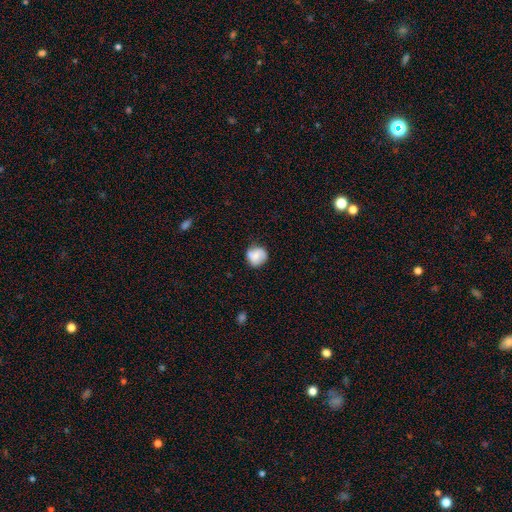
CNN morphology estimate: type=smooth (64%); roundness=round (86%); merging=none (71%).